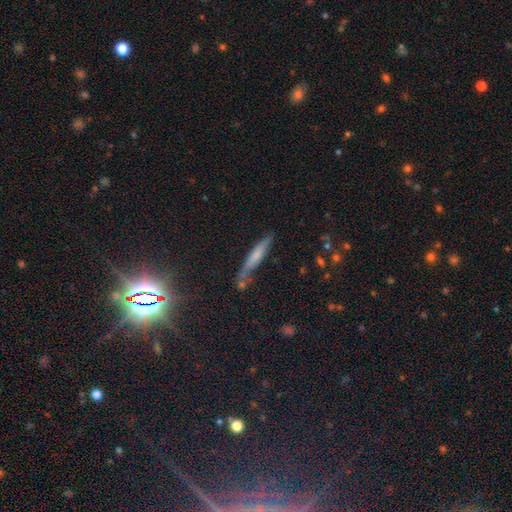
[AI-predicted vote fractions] This is possibly a smooth galaxy (55%). How rounded: clearly cigar-shaped (90%). Merging: likely none (69%).